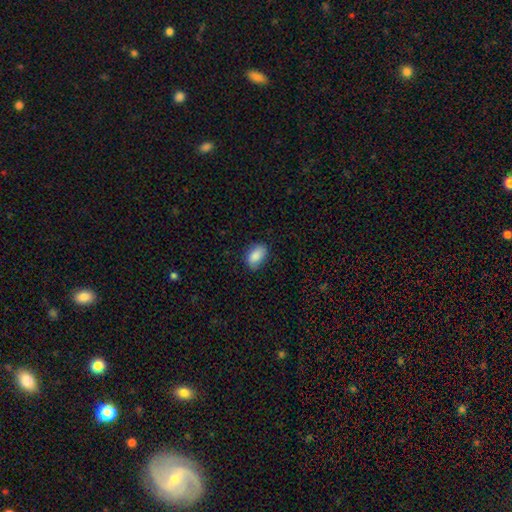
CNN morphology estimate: Smooth or featured: smooth — 85% (featured or disk — 8%)
How rounded: in between — 89% (round — 9%)
Merging: none — 74% (minor disturbance — 20%)